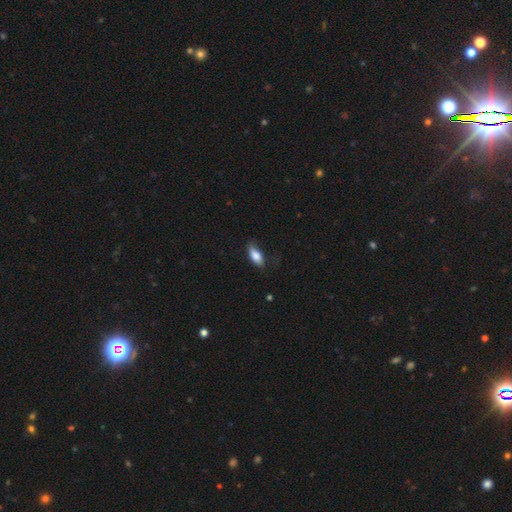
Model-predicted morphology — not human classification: smooth-or-featured: smooth: 80% | featured or disk: 13% | star or artifact: 7%
  how-rounded: in between: 84% | cigar-shaped: 13% | round: 3%
  merging: none: 59% | minor disturbance: 31% | major disturbance: 9% | merger: 2%